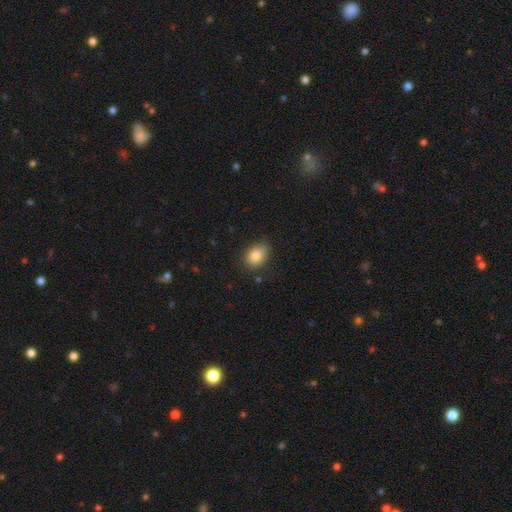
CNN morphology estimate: Smooth or featured: smooth — 84% (star or artifact — 9%)
How rounded: in between — 68% (round — 31%)
Merging: none — 77% (minor disturbance — 18%)